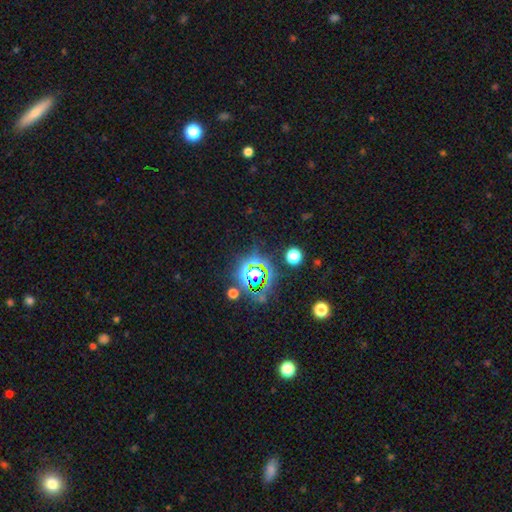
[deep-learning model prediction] Morphology: type=star or artifact (78%).